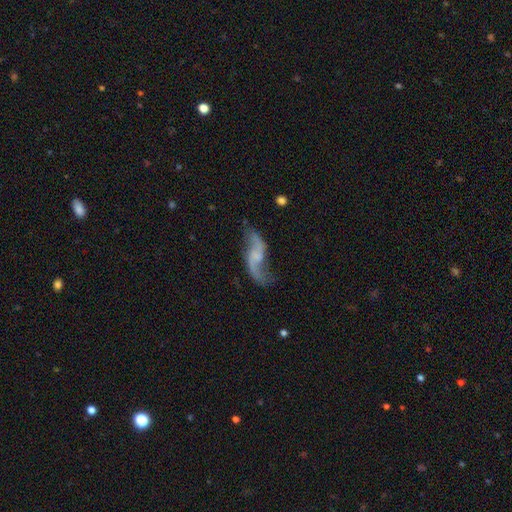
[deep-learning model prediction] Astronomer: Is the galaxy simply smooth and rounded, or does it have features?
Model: featured or disk — 85%.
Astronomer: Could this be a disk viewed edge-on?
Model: no — 94%.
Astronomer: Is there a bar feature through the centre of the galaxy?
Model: no — 50% (runner-up: weak, 39%).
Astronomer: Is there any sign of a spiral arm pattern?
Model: yes — 95%.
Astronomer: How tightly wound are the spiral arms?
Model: loose — 88%.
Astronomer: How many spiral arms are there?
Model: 2 — 92%.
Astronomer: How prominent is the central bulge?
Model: none — 49% (runner-up: small, 31%).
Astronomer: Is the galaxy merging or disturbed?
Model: none — 68%.